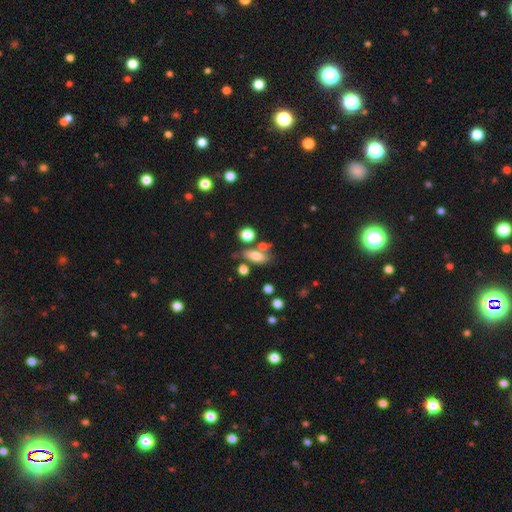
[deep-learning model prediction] This appears to be a smooth galaxy with no disk features (72%) that is in between round and cigar-shaped (74%). Merging: none (58%).